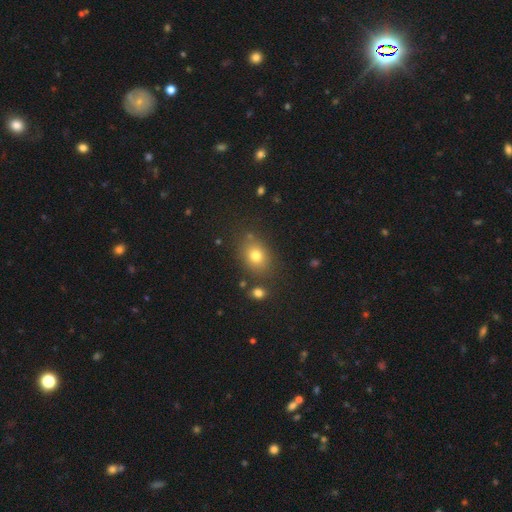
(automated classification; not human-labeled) smooth-or-featured: smooth: 77% | star or artifact: 13% | featured or disk: 10%
  how-rounded: in between: 54% | round: 45% | cigar-shaped: 1%
  merging: none: 79% | minor disturbance: 12% | merger: 5% | major disturbance: 4%